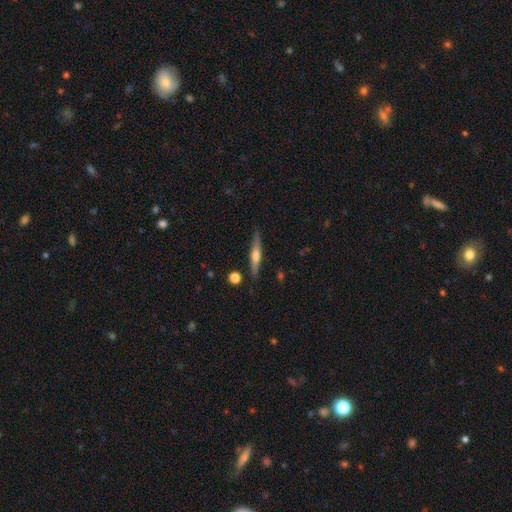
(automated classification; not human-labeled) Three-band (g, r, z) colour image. It shows a featured or disk galaxy (56%) viewed edge-on (95%) with a rounded central bulge (80%). Merging: none (86%).